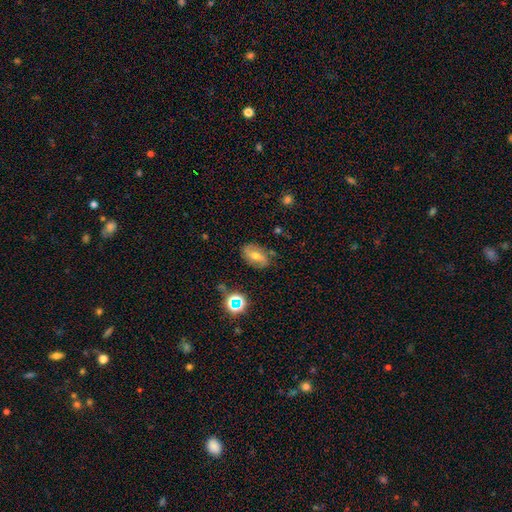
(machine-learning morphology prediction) Smooth or featured: featured or disk — 49% (smooth — 37%)
Merging: none — 79% (minor disturbance — 15%)